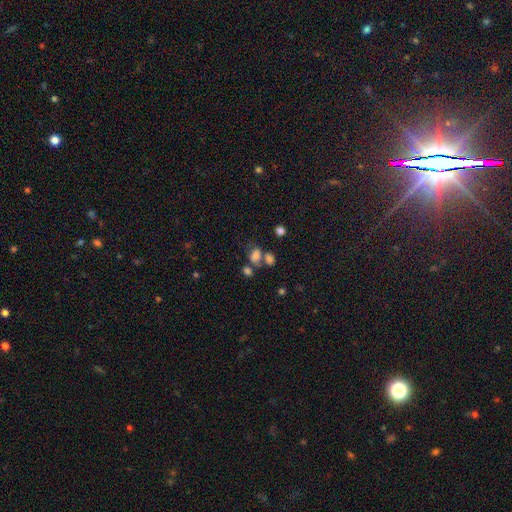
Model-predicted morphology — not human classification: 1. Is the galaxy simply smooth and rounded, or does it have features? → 73% smooth, 15% star or artifact, 12% featured or disk.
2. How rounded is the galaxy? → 71% in between, 28% round, 2% cigar-shaped.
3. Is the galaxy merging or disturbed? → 40% merger, 35% none, 14% minor disturbance, 11% major disturbance.